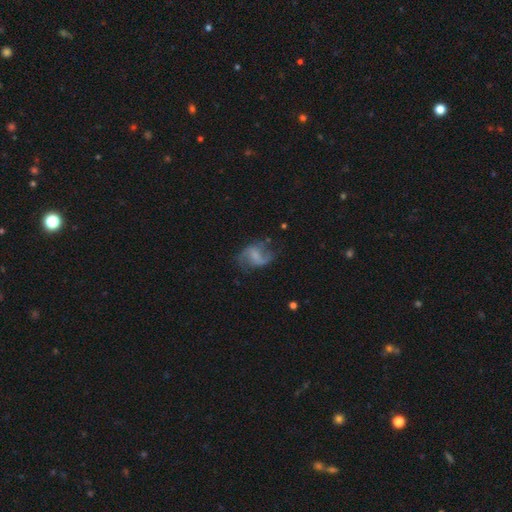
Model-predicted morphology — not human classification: A featured or disk galaxy (71%) with a weak bar (46%), 2 (81%) loose (55%) spiral arms (90%) and no central bulge (40%). Merging: none (56%).